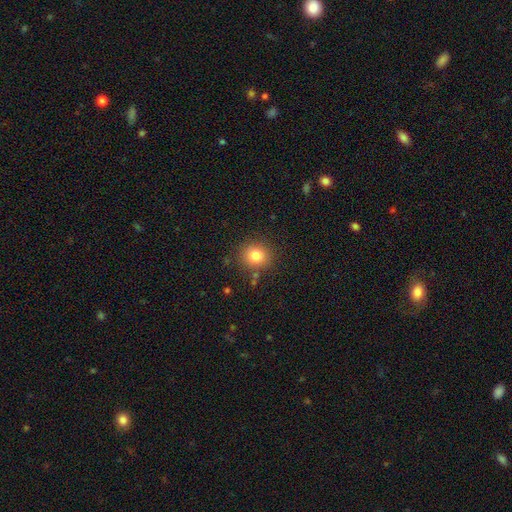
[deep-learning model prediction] This is clearly a smooth galaxy (81%). How rounded: clearly round (83%). Merging: clearly none (84%).